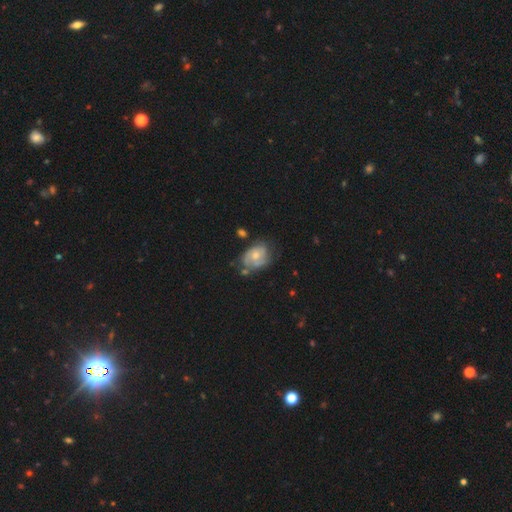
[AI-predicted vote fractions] Q: Smooth or featured?
A: featured or disk (61%); runner-up: smooth (32%)
Q: Edge-on disk?
A: no (97%); runner-up: yes (3%)
Q: Bar?
A: no (75%); runner-up: weak (22%)
Q: Spiral arms?
A: yes (76%); runner-up: no (24%)
Q: Bulge size?
A: moderate (55%); runner-up: small (38%)
Q: Merging?
A: none (48%); runner-up: minor disturbance (30%)